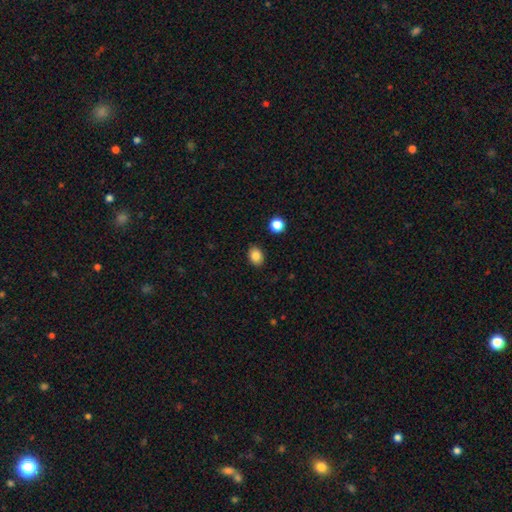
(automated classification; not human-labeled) A smooth galaxy with no disk features (85%) that is in between round and cigar-shaped (69%). Merging: none (88%).